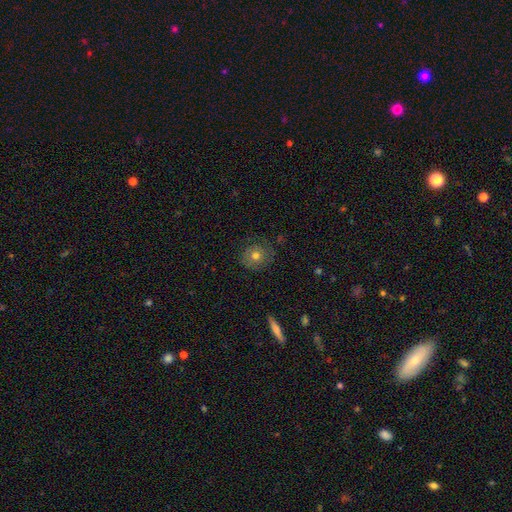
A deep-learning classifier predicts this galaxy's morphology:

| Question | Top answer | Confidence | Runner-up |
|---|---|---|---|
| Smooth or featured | smooth | 66% | featured or disk (22%) |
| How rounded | round | 86% | in between (13%) |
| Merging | none | 77% | minor disturbance (16%) |